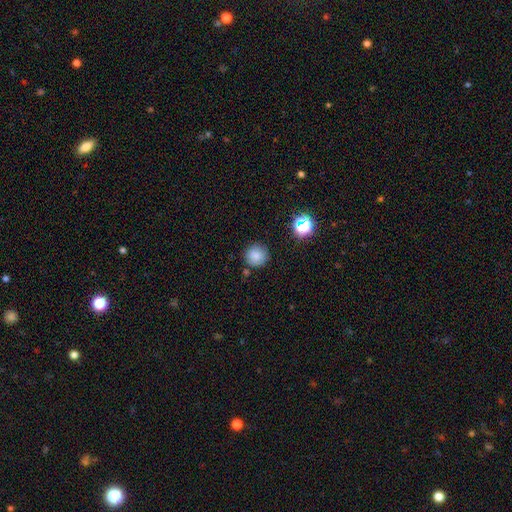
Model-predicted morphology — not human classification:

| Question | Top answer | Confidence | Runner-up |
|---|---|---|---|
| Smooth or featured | smooth | 81% | star or artifact (13%) |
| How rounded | round | 95% | in between (4%) |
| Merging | none | 84% | minor disturbance (9%) |